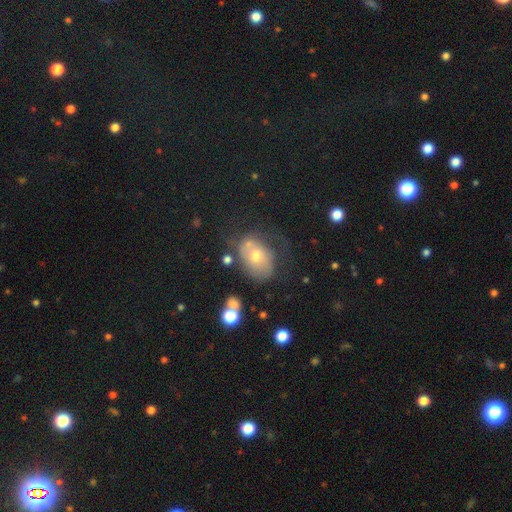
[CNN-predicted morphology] Smooth or featured? smooth (54%)
How rounded? in between (68%)
Merging? none (42%)